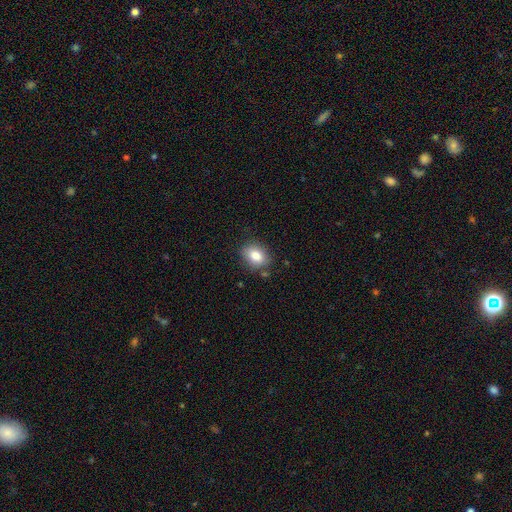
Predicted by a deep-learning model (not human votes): A smooth galaxy with no disk features (83%) that is in between round and cigar-shaped (64%).

Vote fractions:
- Smooth or featured? smooth: 83% / star or artifact: 9% / featured or disk: 8%
- How rounded? in between: 64% / round: 35% / cigar-shaped: 1%
- Merging? none: 80% / minor disturbance: 14% / major disturbance: 3% / merger: 3%